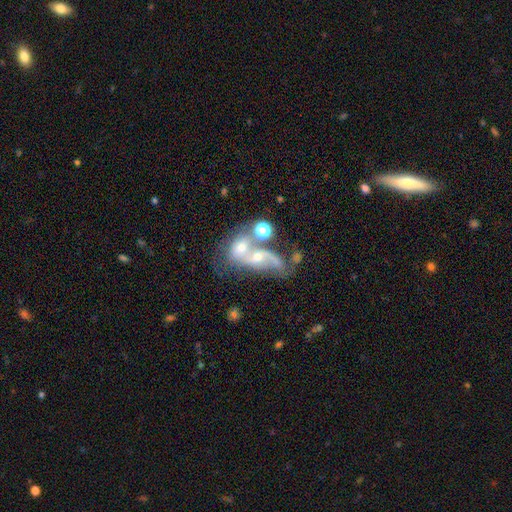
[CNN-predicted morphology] Smooth or featured?
  - featured or disk: 64% *
  - smooth: 24%
  - star or artifact: 12%
Edge-on disk?
  - no: 95% *
  - yes: 5%
Bar?
  - no: 67% *
  - weak: 24%
  - strong: 9%
Spiral arms?
  - yes: 68% *
  - no: 32%
Bulge size?
  - moderate: 48% *
  - small: 39%
  - none: 6%
  - large: 5%
  - dominant: 2%
Merging?
  - merger: 62% *
  - none: 16%
  - major disturbance: 14%
  - minor disturbance: 8%